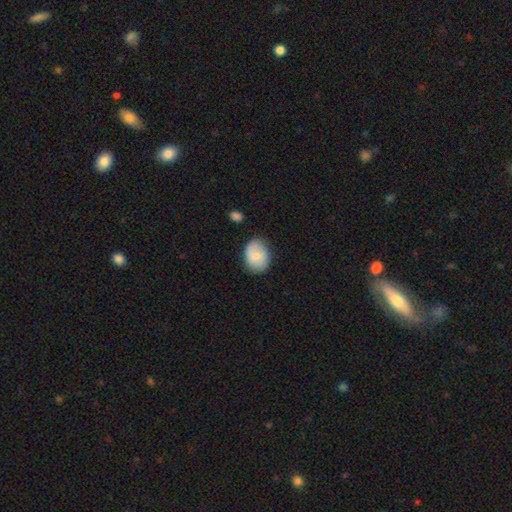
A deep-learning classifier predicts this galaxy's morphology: A smooth galaxy with no disk features (74%) that is in between round and cigar-shaped (61%).

Vote fractions:
- Smooth or featured? smooth: 74% / featured or disk: 19% / star or artifact: 7%
- How rounded? in between: 61% / round: 38% / cigar-shaped: 1%
- Merging? none: 76% / minor disturbance: 18% / major disturbance: 4% / merger: 2%